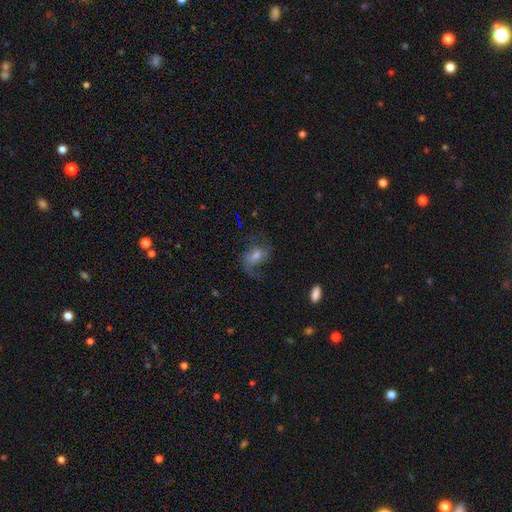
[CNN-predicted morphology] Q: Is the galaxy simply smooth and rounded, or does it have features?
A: featured or disk — 63%.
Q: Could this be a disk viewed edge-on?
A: no — 96%.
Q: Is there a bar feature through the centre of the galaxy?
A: no — 44%.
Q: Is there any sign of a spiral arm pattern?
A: yes — 89%.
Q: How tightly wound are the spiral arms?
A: loose — 48%.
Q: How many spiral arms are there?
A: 2 — 70%.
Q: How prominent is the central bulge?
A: moderate — 54%.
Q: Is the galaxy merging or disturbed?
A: none — 55%.